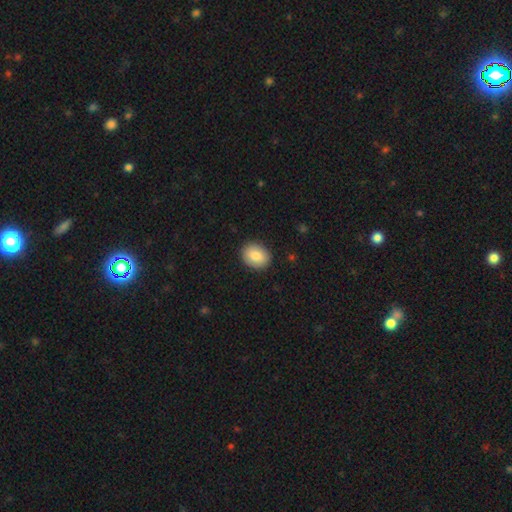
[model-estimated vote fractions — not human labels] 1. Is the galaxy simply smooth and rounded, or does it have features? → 87% smooth, 7% star or artifact, 6% featured or disk.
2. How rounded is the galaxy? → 53% in between, 46% round, 1% cigar-shaped.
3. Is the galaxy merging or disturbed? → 89% none, 8% minor disturbance, 2% major disturbance, 1% merger.